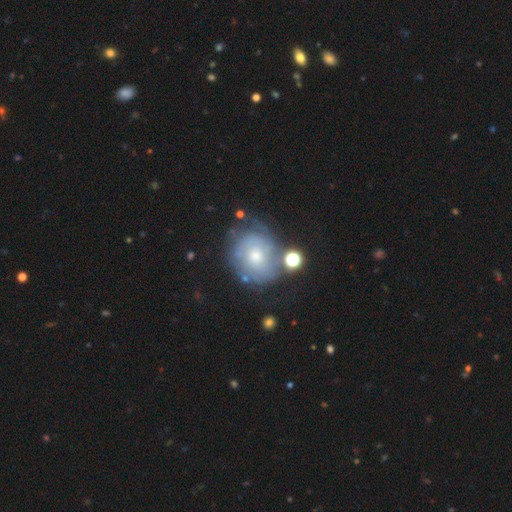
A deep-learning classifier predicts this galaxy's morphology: Q: Smooth or featured?
A: featured or disk (53%); runner-up: smooth (36%)
Q: Edge-on disk?
A: no (97%); runner-up: yes (3%)
Q: Bar?
A: no (82%); runner-up: weak (15%)
Q: Spiral arms?
A: yes (68%); runner-up: no (32%)
Q: Bulge size?
A: moderate (51%); runner-up: small (41%)
Q: Merging?
A: none (60%); runner-up: minor disturbance (22%)